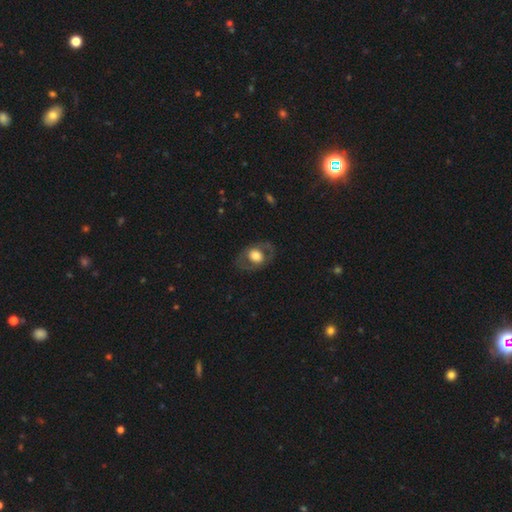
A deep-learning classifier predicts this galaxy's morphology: Smooth or featured: smooth — 49% (featured or disk — 44%)
Merging: none — 76% (minor disturbance — 14%)